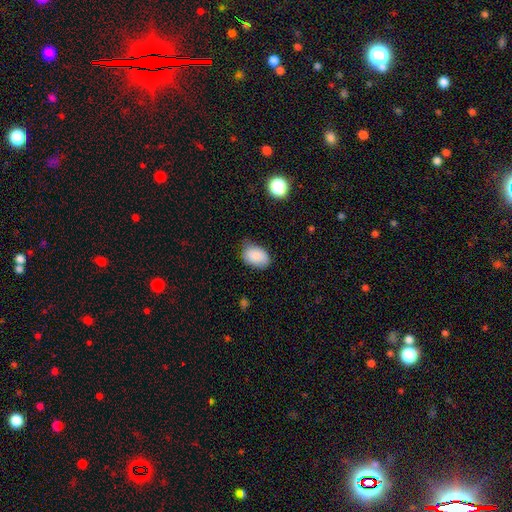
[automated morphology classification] Smooth or featured?
  - smooth: 87% *
  - star or artifact: 8%
  - featured or disk: 5%
How rounded?
  - in between: 86% *
  - round: 13%
  - cigar-shaped: 1%
Merging?
  - none: 64% *
  - minor disturbance: 29%
  - major disturbance: 5%
  - merger: 2%